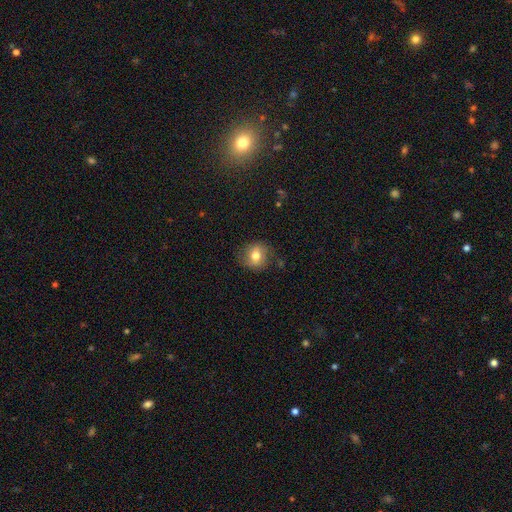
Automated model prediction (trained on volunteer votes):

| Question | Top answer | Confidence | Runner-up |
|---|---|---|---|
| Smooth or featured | smooth | 71% | featured or disk (19%) |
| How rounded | round | 77% | in between (22%) |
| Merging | none | 78% | minor disturbance (16%) |